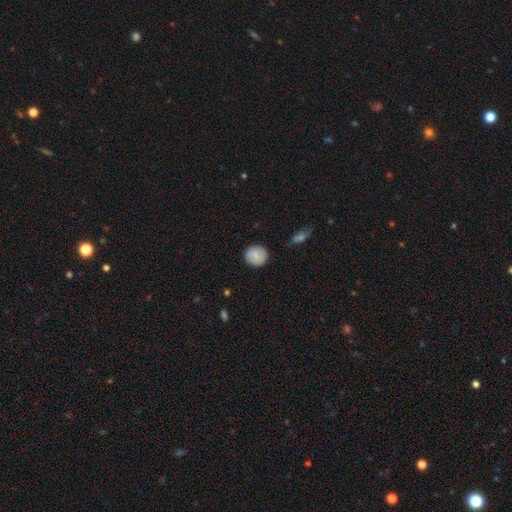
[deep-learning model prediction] smooth 73%, featured or disk 19%, star or artifact 7%. Down the decision tree: how rounded — round (87%); merging — none (86%).